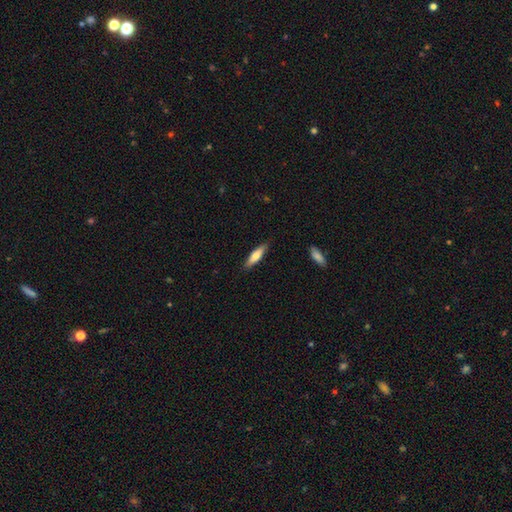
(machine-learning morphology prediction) This is likely a smooth galaxy (68%). How rounded: likely cigar-shaped (68%). Merging: clearly none (87%).